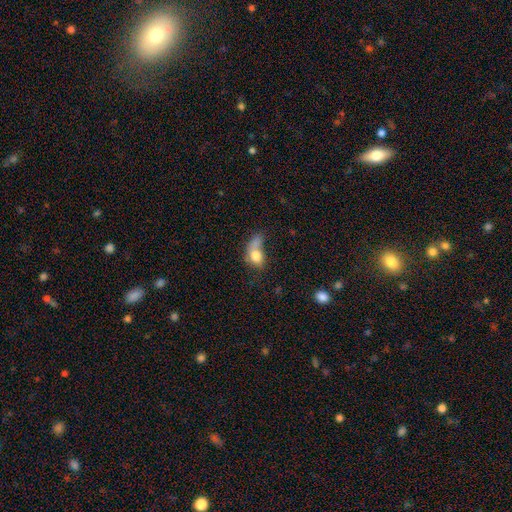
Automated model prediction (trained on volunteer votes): Smooth or featured?
  - smooth: 73% *
  - featured or disk: 18%
  - star or artifact: 9%
How rounded?
  - in between: 68% *
  - round: 27%
  - cigar-shaped: 5%
Merging?
  - merger: 32% *
  - major disturbance: 30%
  - none: 20%
  - minor disturbance: 18%